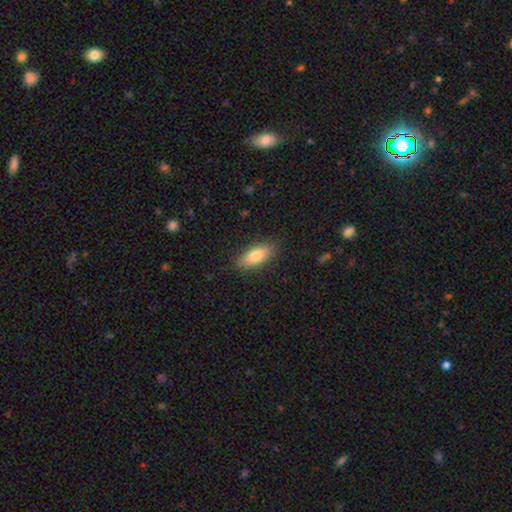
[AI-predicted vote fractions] The model was most divided on "how rounded": in between: 76%, cigar-shaped: 22%, round: 2%. More confident: merging — none (84%); smooth or featured — smooth (80%).